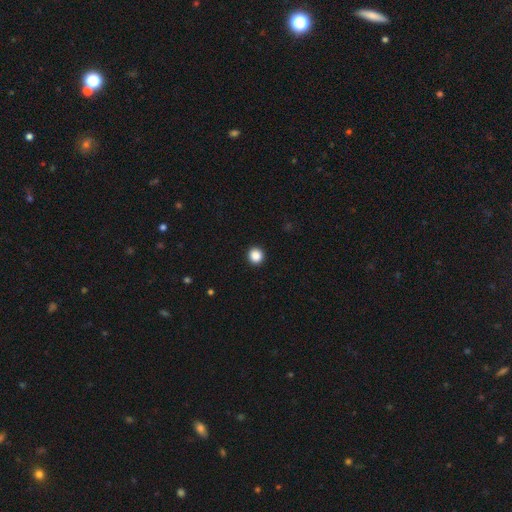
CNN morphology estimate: A smooth galaxy with no disk features (88%) that is round (94%).

Vote fractions:
- Smooth or featured? smooth: 88% / star or artifact: 10% / featured or disk: 2%
- How rounded? round: 94% / in between: 5% / cigar-shaped: 1%
- Merging? none: 94% / minor disturbance: 4% / major disturbance: 1% / merger: 1%